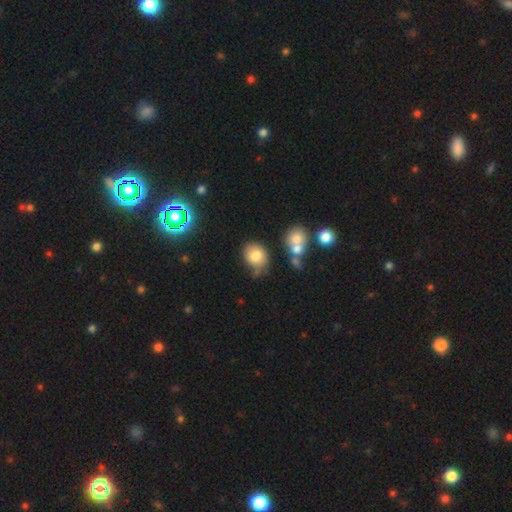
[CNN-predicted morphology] Smooth or featured? smooth (78%)
How rounded? round (58%)
Merging? none (60%)